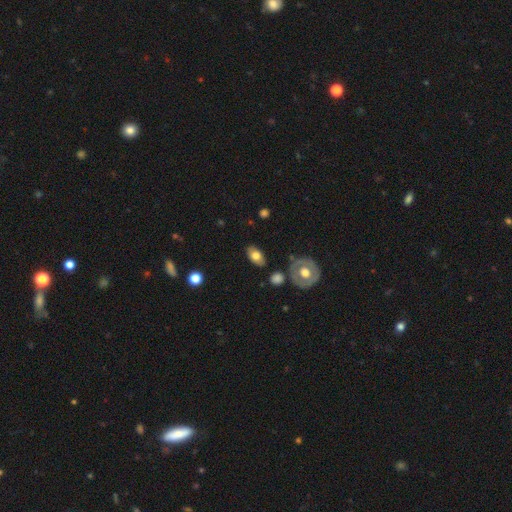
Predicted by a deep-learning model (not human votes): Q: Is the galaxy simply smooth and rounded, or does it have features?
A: smooth — 69%.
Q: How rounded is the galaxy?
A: in between — 88%.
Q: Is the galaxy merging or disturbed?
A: none — 82%.